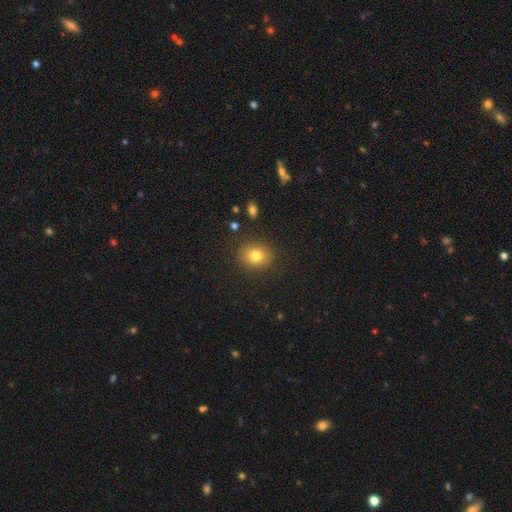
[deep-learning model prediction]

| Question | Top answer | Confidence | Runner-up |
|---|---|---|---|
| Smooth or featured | smooth | 79% | star or artifact (12%) |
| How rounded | round | 63% | in between (36%) |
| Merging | none | 86% | minor disturbance (9%) |